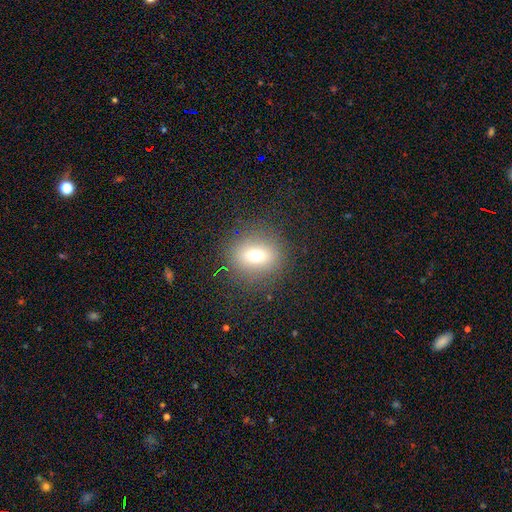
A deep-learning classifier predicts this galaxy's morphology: smooth 66%, featured or disk 18%, star or artifact 16%. Down the decision tree: how rounded — round (76%); merging — none (86%).